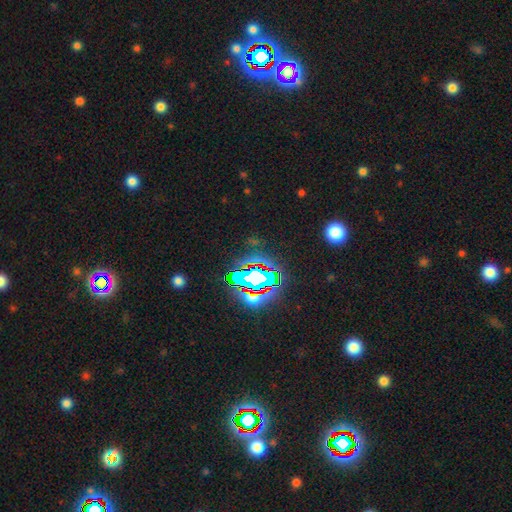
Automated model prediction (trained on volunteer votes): Smooth or featured? Predicted: star or artifact (p=0.78).